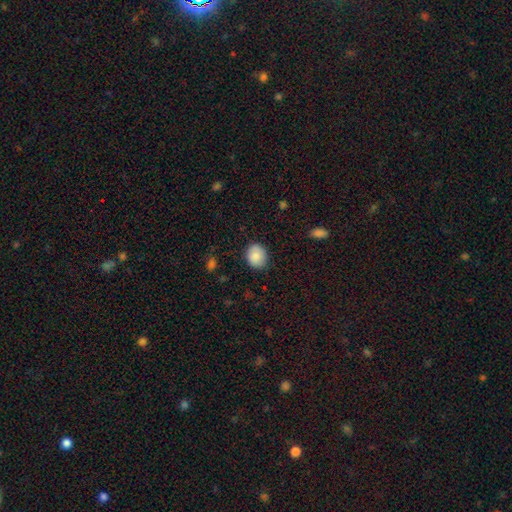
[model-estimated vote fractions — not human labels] smooth-or-featured: smooth: 87% | star or artifact: 7% | featured or disk: 6%
  how-rounded: round: 54% | in between: 45% | cigar-shaped: 1%
  merging: none: 85% | minor disturbance: 12% | major disturbance: 3% | merger: 1%